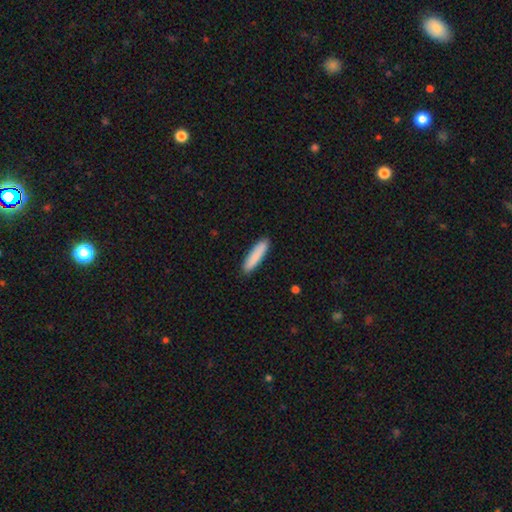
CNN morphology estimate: Smooth or featured? smooth (87%)
How rounded? cigar-shaped (83%)
Merging? none (90%)